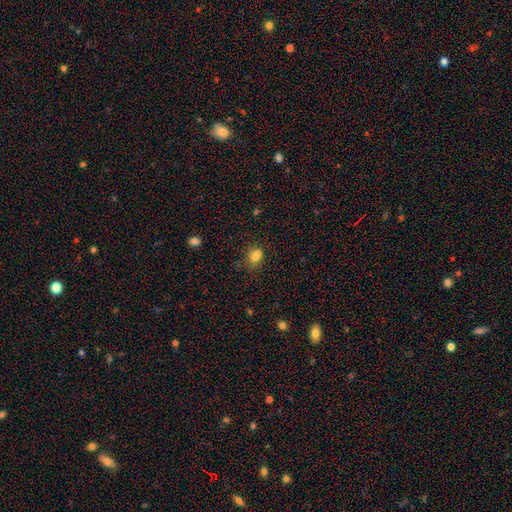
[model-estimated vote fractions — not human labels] smooth-or-featured: smooth: 74% | star or artifact: 16% | featured or disk: 10%
  how-rounded: in between: 54% | round: 44% | cigar-shaped: 2%
  merging: none: 47% | merger: 27% | minor disturbance: 19% | major disturbance: 7%